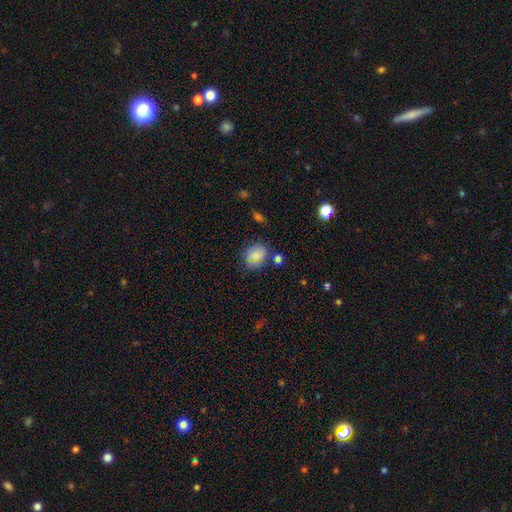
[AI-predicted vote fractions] Morphology: type=smooth (82%); roundness=in between (53%); merging=none (67%).